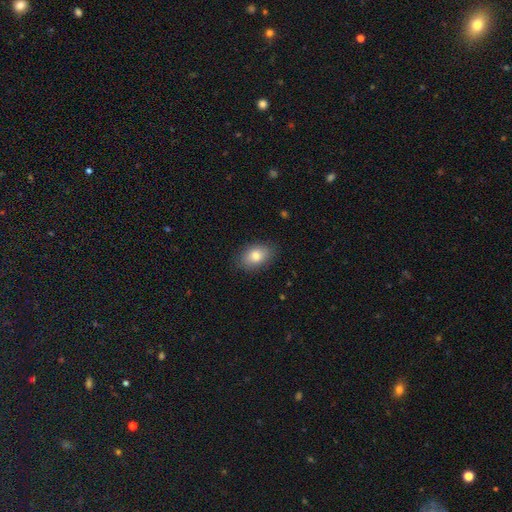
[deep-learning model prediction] A smooth galaxy with no disk features (81%) that is in between round and cigar-shaped (85%).

Vote fractions:
- Smooth or featured? smooth: 81% / featured or disk: 10% / star or artifact: 8%
- How rounded? in between: 85% / round: 14% / cigar-shaped: 1%
- Merging? none: 86% / minor disturbance: 10% / major disturbance: 3% / merger: 1%